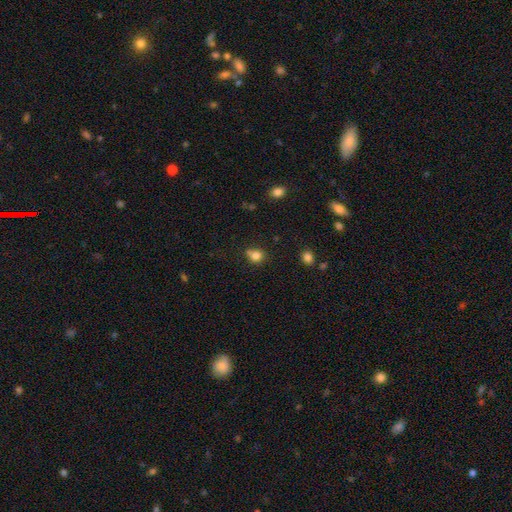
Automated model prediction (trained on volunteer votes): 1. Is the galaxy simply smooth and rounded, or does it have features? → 80% smooth, 12% star or artifact, 7% featured or disk.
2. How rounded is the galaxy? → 78% round, 21% in between, 1% cigar-shaped.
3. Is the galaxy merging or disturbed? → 59% none, 22% merger, 15% minor disturbance, 4% major disturbance.